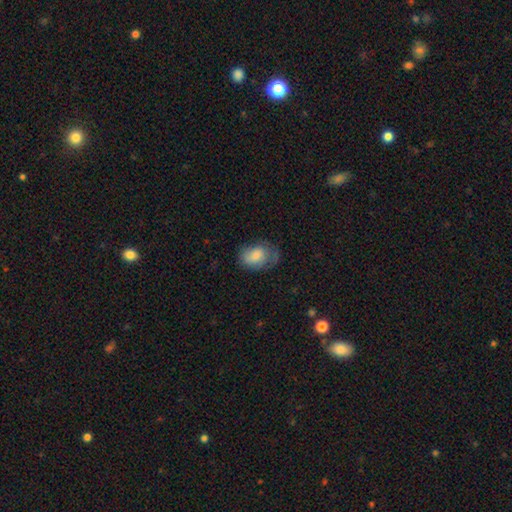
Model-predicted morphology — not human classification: This is likely a smooth galaxy (71%). How rounded: likely in between (77%). Merging: possibly none (49%).